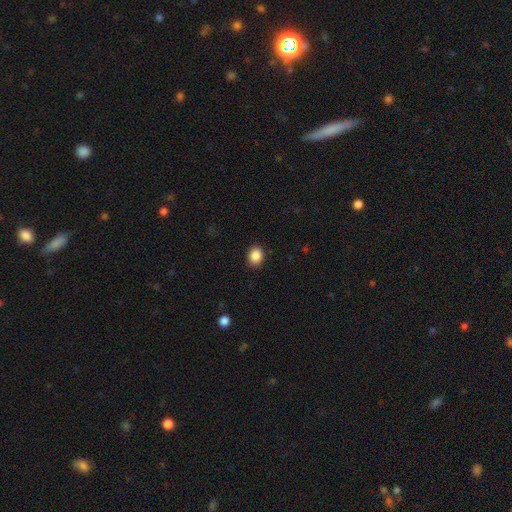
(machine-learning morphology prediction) Q: Smooth or featured?
A: smooth (88%); runner-up: star or artifact (9%)
Q: How rounded?
A: round (57%); runner-up: in between (42%)
Q: Merging?
A: none (90%); runner-up: minor disturbance (7%)